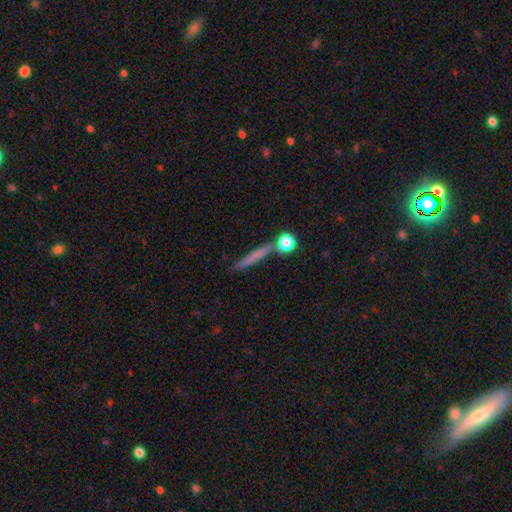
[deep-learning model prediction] Morphology: type=smooth (64%); roundness=cigar-shaped (87%); merging=none (78%).